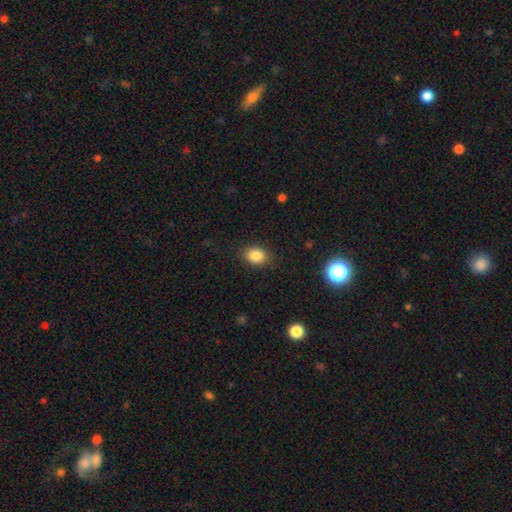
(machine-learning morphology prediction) The model was most divided on "how rounded": in between: 61%, round: 38%, cigar-shaped: 1%. More confident: merging — none (87%); smooth or featured — smooth (85%).